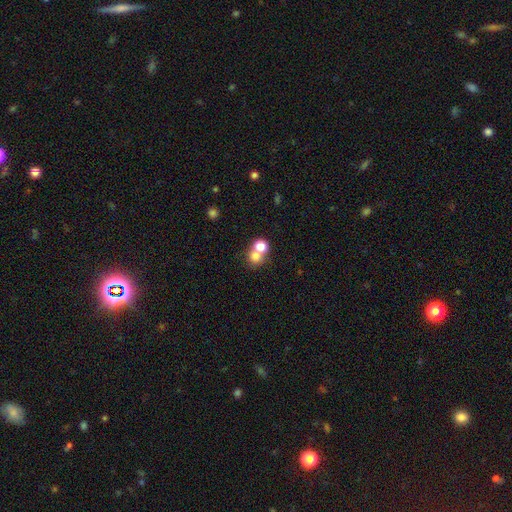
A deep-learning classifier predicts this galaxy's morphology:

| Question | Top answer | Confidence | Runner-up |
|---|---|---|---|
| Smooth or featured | smooth | 74% | featured or disk (14%) |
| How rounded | round | 78% | in between (21%) |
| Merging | merger | 57% | none (35%) |